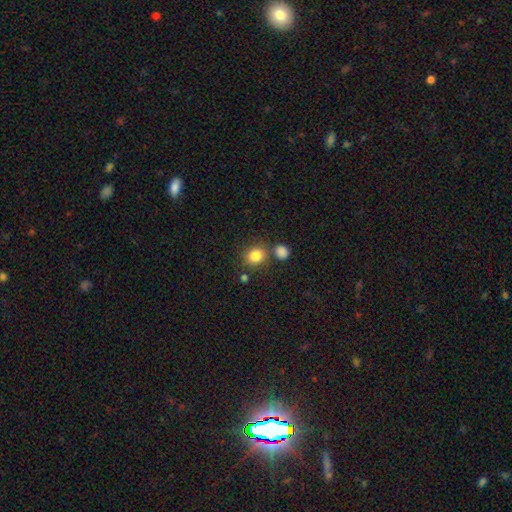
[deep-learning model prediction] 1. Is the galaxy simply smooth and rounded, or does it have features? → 83% smooth, 11% star or artifact, 6% featured or disk.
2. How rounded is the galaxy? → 76% round, 23% in between, 1% cigar-shaped.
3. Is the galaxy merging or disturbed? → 71% none, 14% merger, 11% minor disturbance, 4% major disturbance.